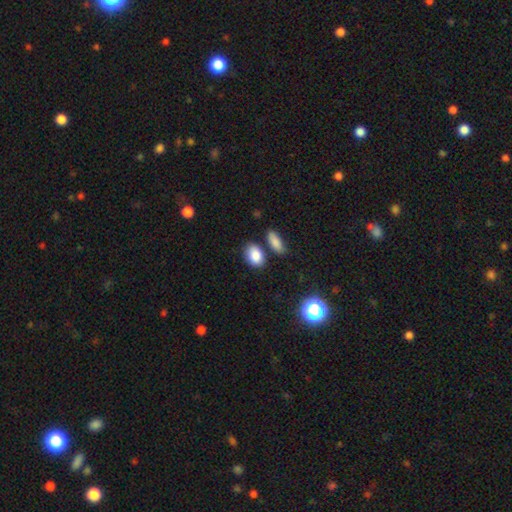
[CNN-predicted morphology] Smooth or featured? Predicted: smooth (p=0.86). How rounded? Predicted: in between (p=0.80). Merging? Predicted: none (p=0.71).